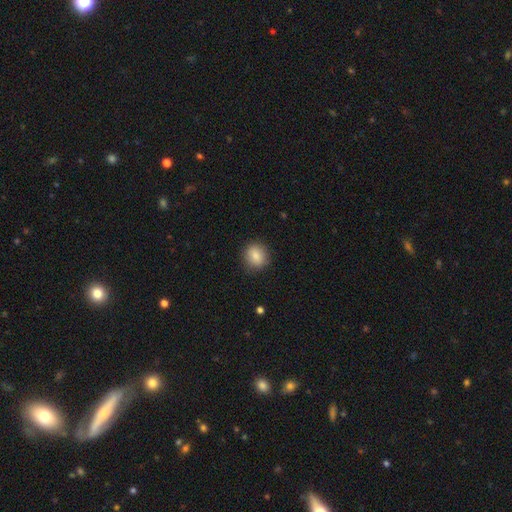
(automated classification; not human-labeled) Smooth or featured? smooth (85%)
How rounded? round (78%)
Merging? none (87%)